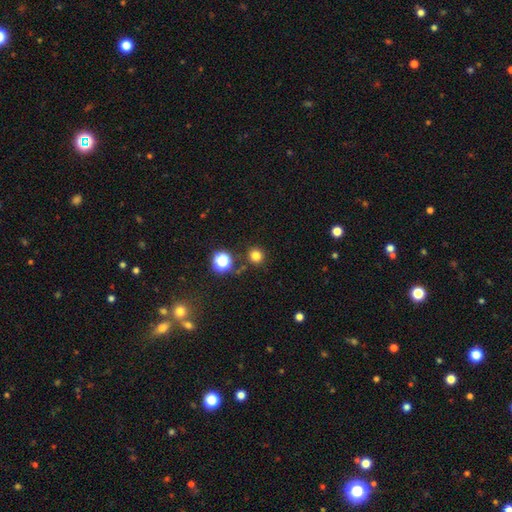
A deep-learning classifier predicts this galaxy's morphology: Smooth or featured? smooth (78%)
How rounded? round (92%)
Merging? none (86%)